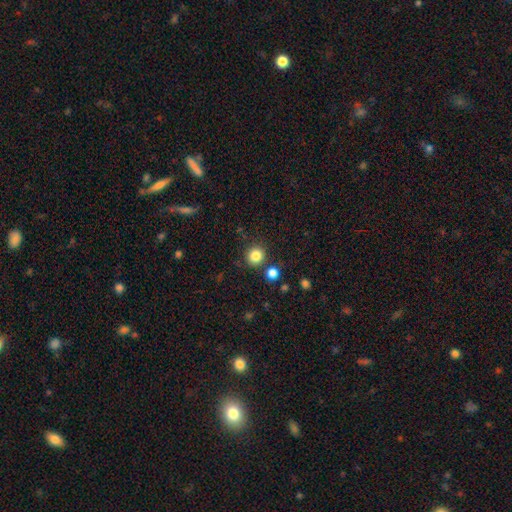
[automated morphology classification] The model was most divided on "smooth or featured": smooth: 84%, star or artifact: 11%, featured or disk: 4%. More confident: how rounded — round (89%); merging — none (85%).